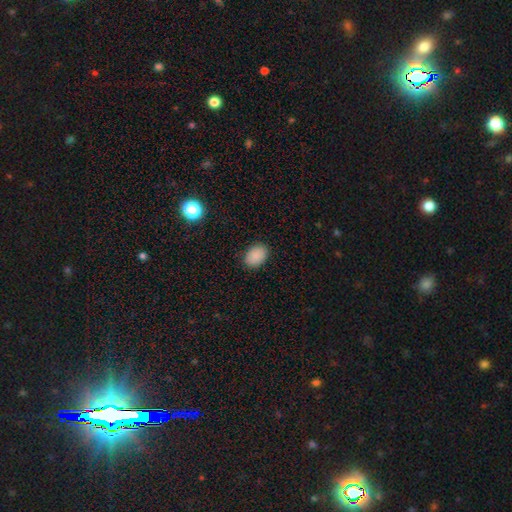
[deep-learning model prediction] Morphology: type=smooth (88%); roundness=in between (78%); merging=none (87%).